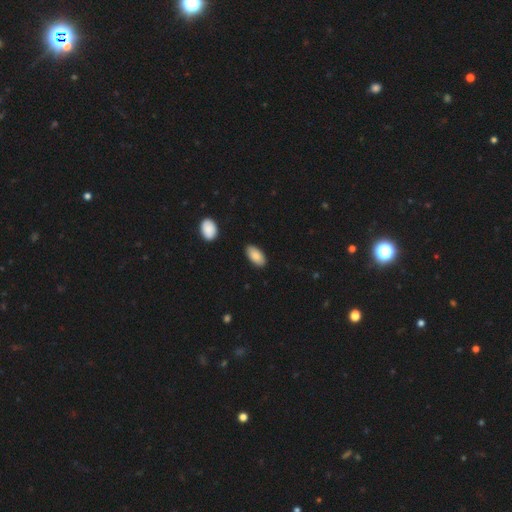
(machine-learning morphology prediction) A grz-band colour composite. It shows a smooth galaxy with no disk features (88%) that is in between round and cigar-shaped (95%). Merging: none (88%).